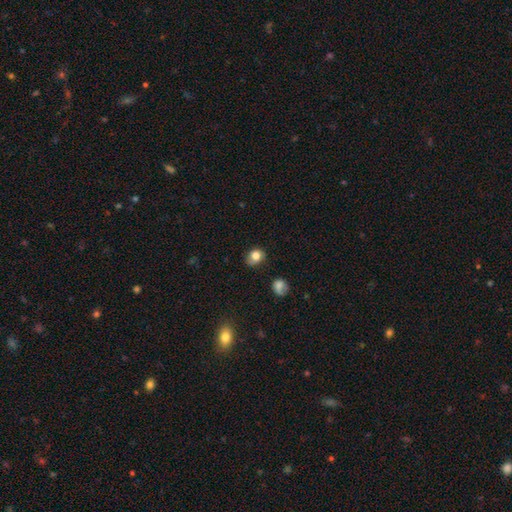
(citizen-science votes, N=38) Smooth or featured? smooth (71%)
How rounded? round (56%)
Merging? none (66%)